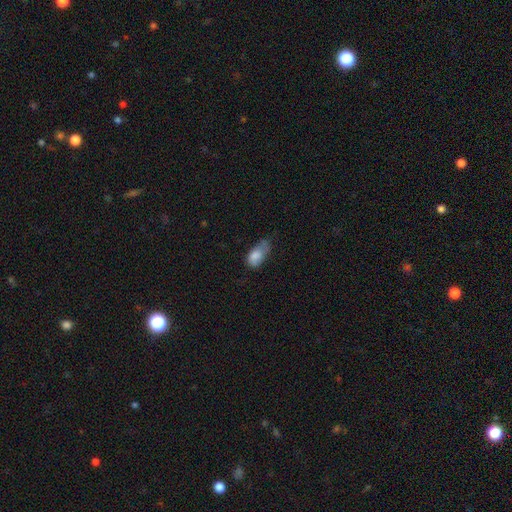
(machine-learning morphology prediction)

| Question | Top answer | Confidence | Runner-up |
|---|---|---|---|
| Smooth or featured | smooth | 78% | featured or disk (13%) |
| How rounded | in between | 90% | round (6%) |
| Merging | minor disturbance | 41% | none (30%) |